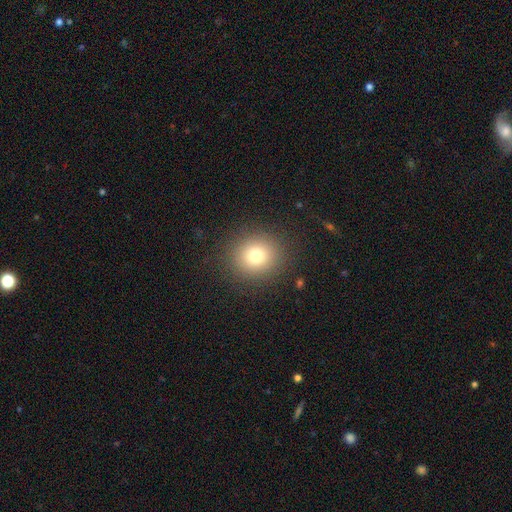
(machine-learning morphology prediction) Smooth or featured? Predicted: smooth (p=0.76). How rounded? Predicted: round (p=0.85). Merging? Predicted: none (p=0.89).